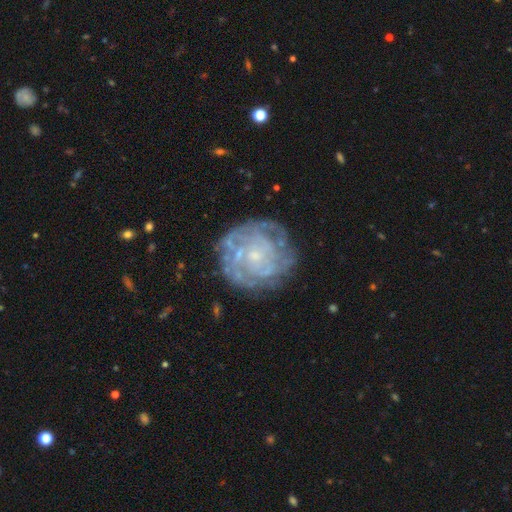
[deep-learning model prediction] The model was most divided on "spiral arm count": can't tell: 52%, 4: 12%, 3: 12%, 2: 10%, more than 4: 9%, 1: 5%. More confident: edge-on disk — no (98%); bar — no (79%); spiral arms — yes (79%); smooth or featured — featured or disk (77%); bulge size — small (74%); merging — none (74%); spiral winding — tight (74%).